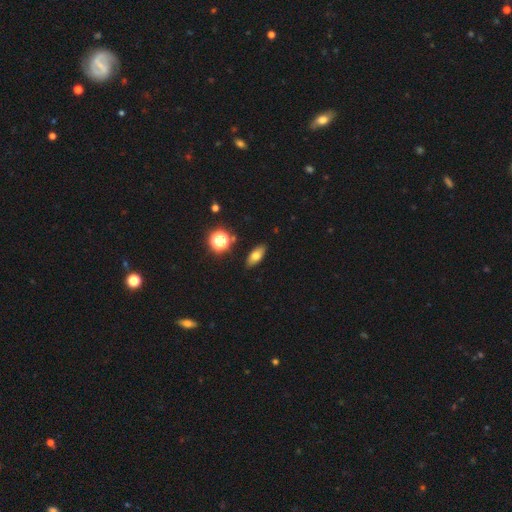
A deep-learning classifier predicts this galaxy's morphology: A smooth galaxy with no disk features (70%) that is in between round and cigar-shaped (78%).

Vote fractions:
- Smooth or featured? smooth: 70% / featured or disk: 19% / star or artifact: 12%
- How rounded? in between: 78% / cigar-shaped: 15% / round: 7%
- Merging? none: 88% / minor disturbance: 8% / major disturbance: 2% / merger: 2%